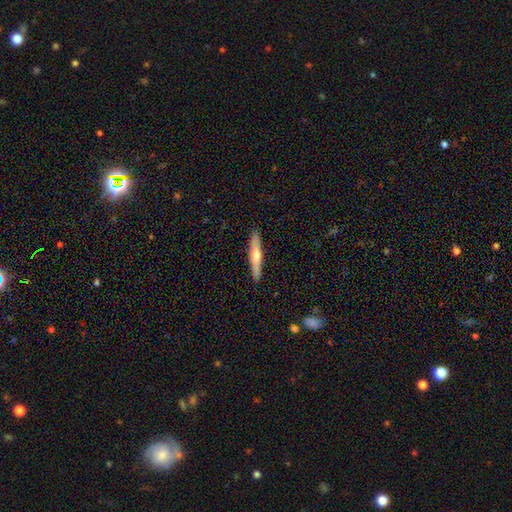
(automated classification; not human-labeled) The model was most divided on "smooth or featured": featured or disk: 54%, smooth: 40%, star or artifact: 5%. More confident: edge-on disk — yes (95%); merging — none (91%); edge-on bulge — rounded (90%).